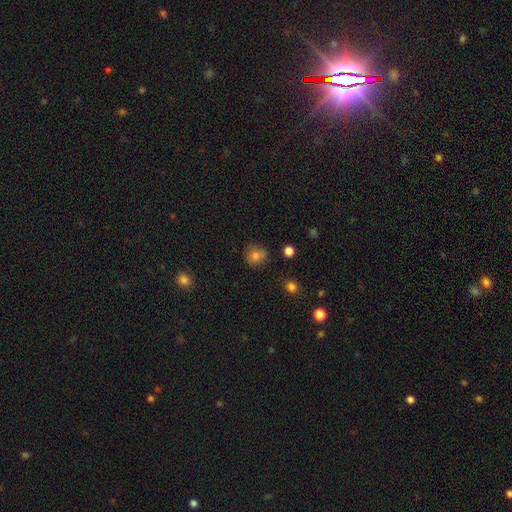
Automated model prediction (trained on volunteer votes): This appears to be a smooth galaxy with no disk features (78%) that is round (80%). Merging: none (76%).